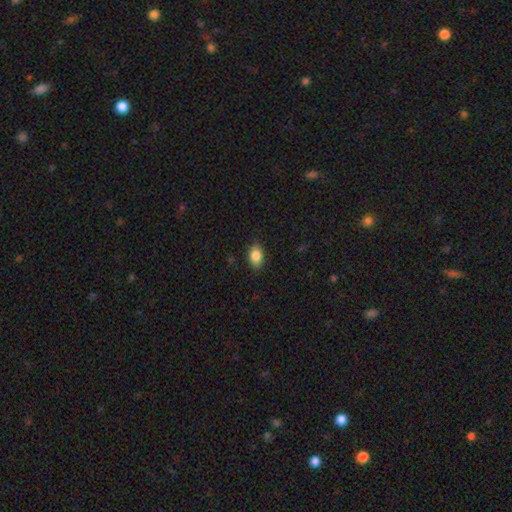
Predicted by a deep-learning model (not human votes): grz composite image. It shows a smooth galaxy with no disk features (86%) that is in between round and cigar-shaped (85%). Merging: none (87%).